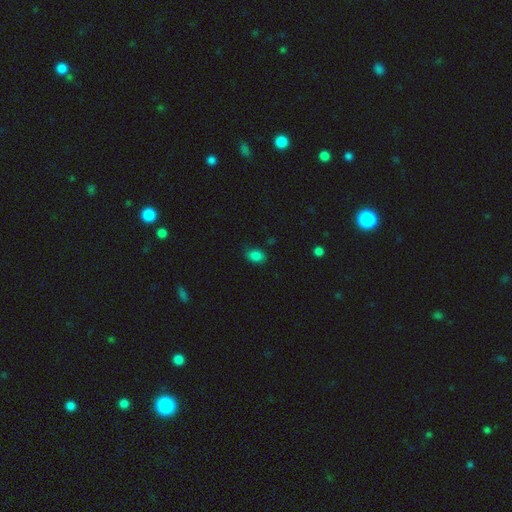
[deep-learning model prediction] Q: Smooth or featured?
A: smooth (84%); runner-up: star or artifact (12%)
Q: How rounded?
A: in between (78%); runner-up: round (21%)
Q: Merging?
A: none (78%); runner-up: minor disturbance (17%)